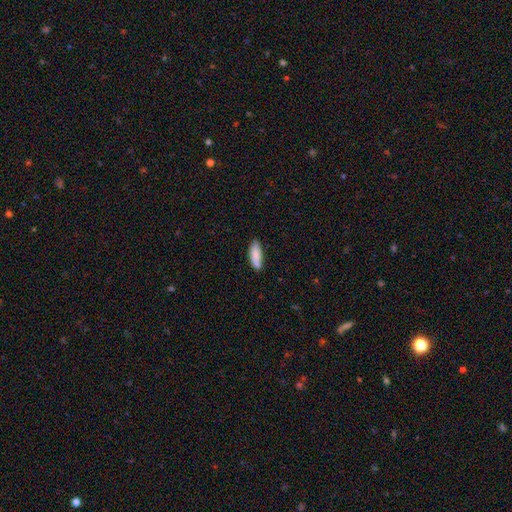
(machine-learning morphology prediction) Overall: smooth (87%). How rounded: in between (57%; cigar-shaped 41%). Merging: none (78%).